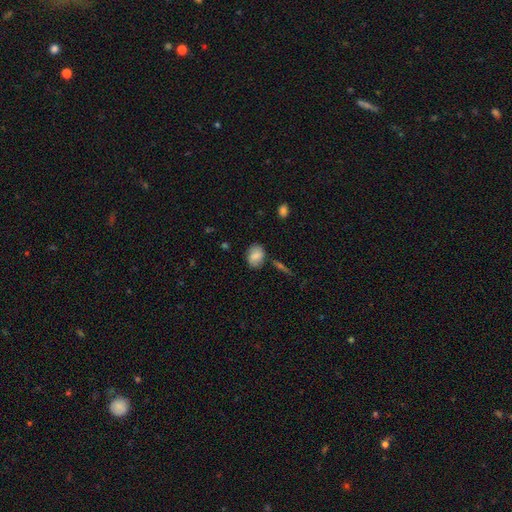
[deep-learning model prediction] A smooth galaxy with no disk features (79%) that is in between round and cigar-shaped (64%). Merging: none (76%).